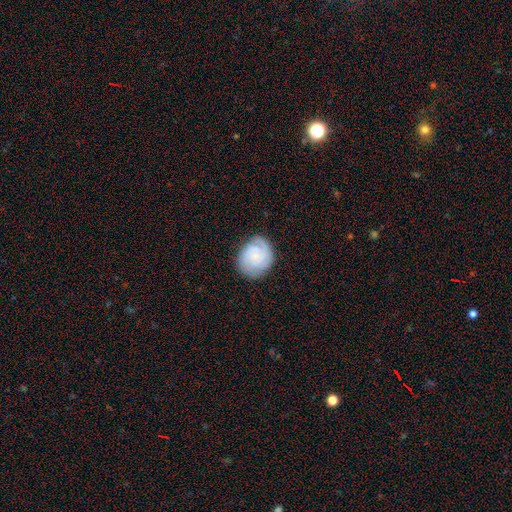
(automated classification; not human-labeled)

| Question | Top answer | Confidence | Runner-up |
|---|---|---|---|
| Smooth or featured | featured or disk | 65% | smooth (27%) |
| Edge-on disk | no | 98% | yes (2%) |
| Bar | no | 72% | weak (24%) |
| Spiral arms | yes | 95% | no (5%) |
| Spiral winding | tight | 68% | medium (26%) |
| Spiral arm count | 2 | 29% | 3 (26%) |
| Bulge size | small | 69% | none (14%) |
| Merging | none | 79% | minor disturbance (15%) |